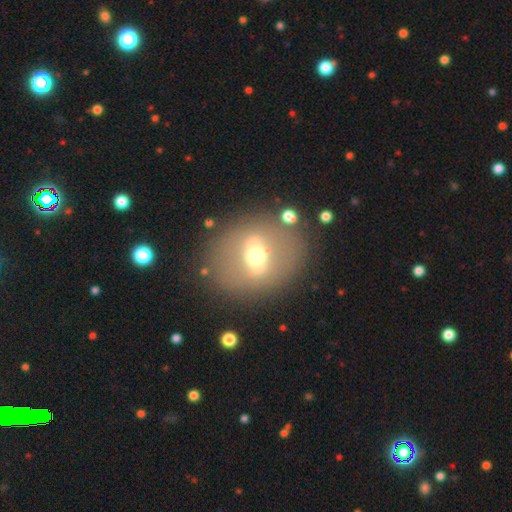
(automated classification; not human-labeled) smooth_or_featured: featured or disk (p=0.58) [alt: smooth p=0.31]
disk_edge_on: no (p=0.69) [alt: yes p=0.31]
merging: none (p=0.82) [alt: minor disturbance p=0.10]